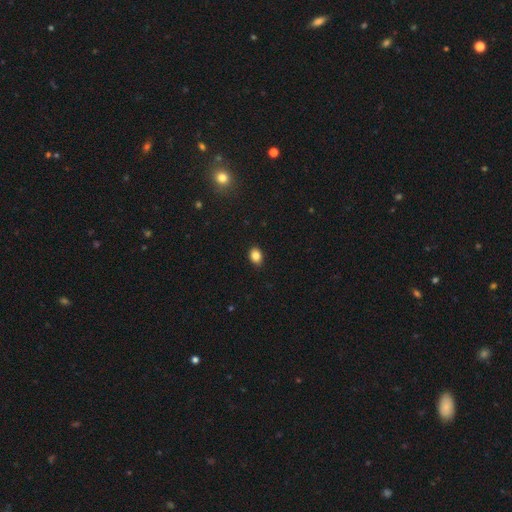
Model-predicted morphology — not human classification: A smooth galaxy with no disk features (86%) that is in between round and cigar-shaped (66%). Merging: none (88%).